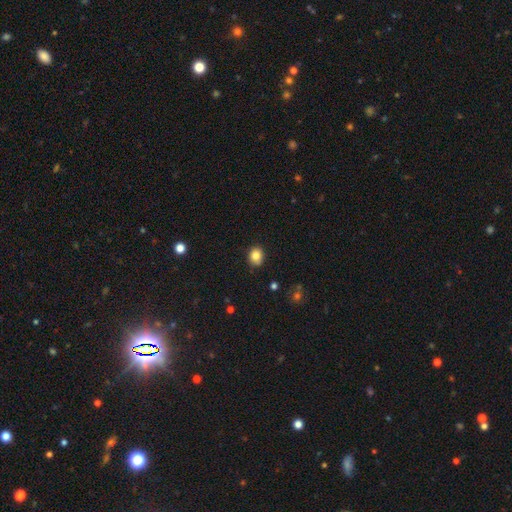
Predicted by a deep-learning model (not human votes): Smooth or featured? smooth (83%)
How rounded? round (60%)
Merging? none (86%)